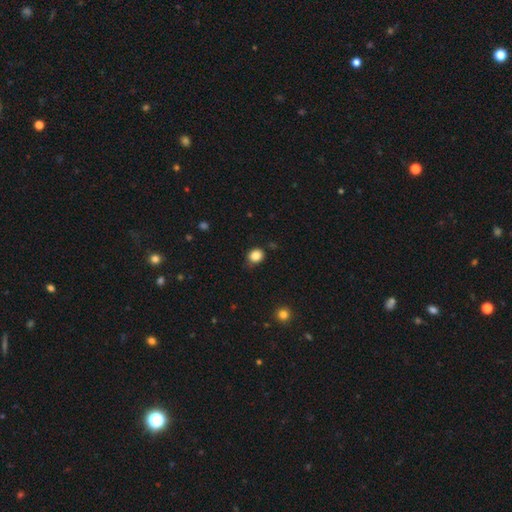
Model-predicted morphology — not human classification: smooth_or_featured: smooth (p=0.85) [alt: star or artifact p=0.11]
how_rounded: round (p=0.63) [alt: in between p=0.36]
merging: none (p=0.77) [alt: minor disturbance p=0.18]